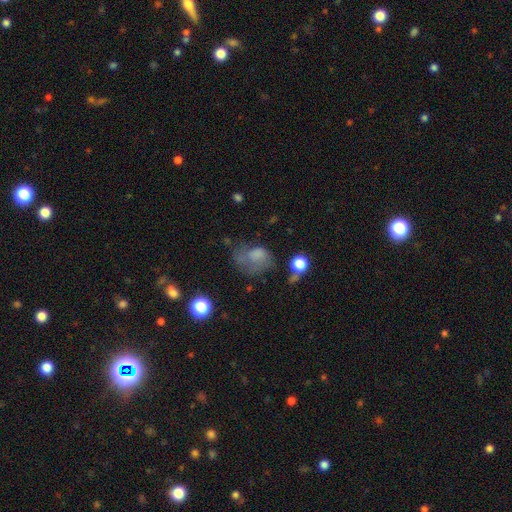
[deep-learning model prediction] The model was most divided on "merging": major disturbance: 41%, none: 27%, minor disturbance: 25%, merger: 7%. More confident: how rounded — in between (65%); smooth or featured — smooth (62%).